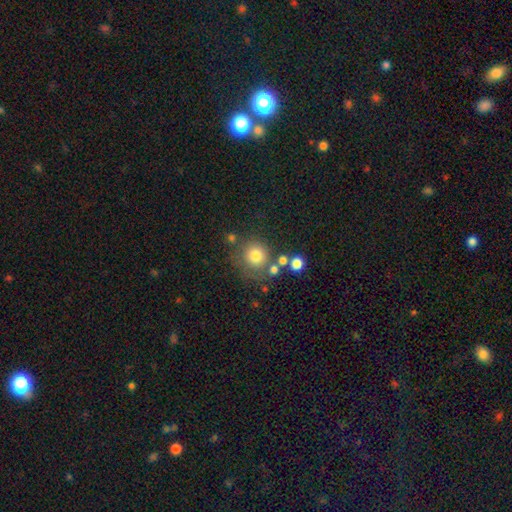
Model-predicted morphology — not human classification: A smooth galaxy with no disk features (77%) that is round (92%). Merging: none (69%).